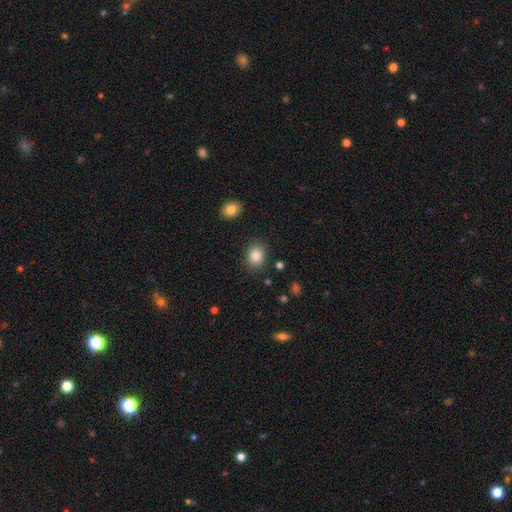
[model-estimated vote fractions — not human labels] smooth-or-featured: smooth: 85% | star or artifact: 9% | featured or disk: 6%
  how-rounded: round: 53% | in between: 46% | cigar-shaped: 1%
  merging: none: 86% | minor disturbance: 9% | major disturbance: 3% | merger: 2%